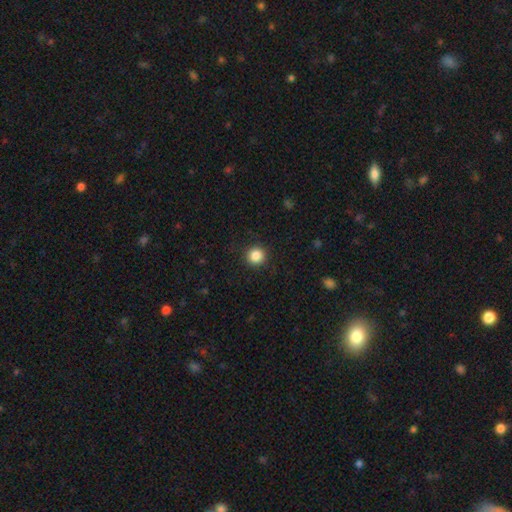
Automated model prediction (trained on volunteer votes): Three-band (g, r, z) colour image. It shows a smooth galaxy with no disk features (86%) that is round (94%). Merging: none (91%).